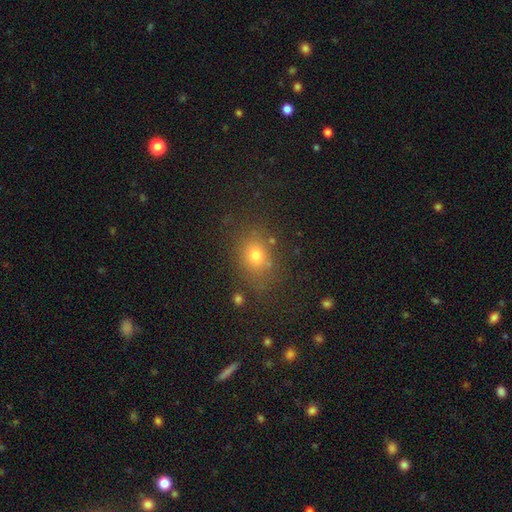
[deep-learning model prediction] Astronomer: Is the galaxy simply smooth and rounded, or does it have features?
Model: smooth — 73%.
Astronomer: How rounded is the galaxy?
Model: round — 51% (runner-up: in between, 48%).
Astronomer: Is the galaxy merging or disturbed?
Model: none — 77%.